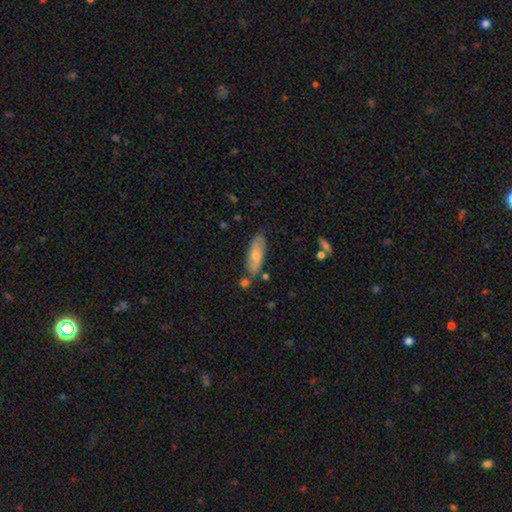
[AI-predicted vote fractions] Smooth or featured: smooth — 55% (featured or disk — 37%)
How rounded: in between — 61% (cigar-shaped — 36%)
Merging: none — 76% (minor disturbance — 15%)